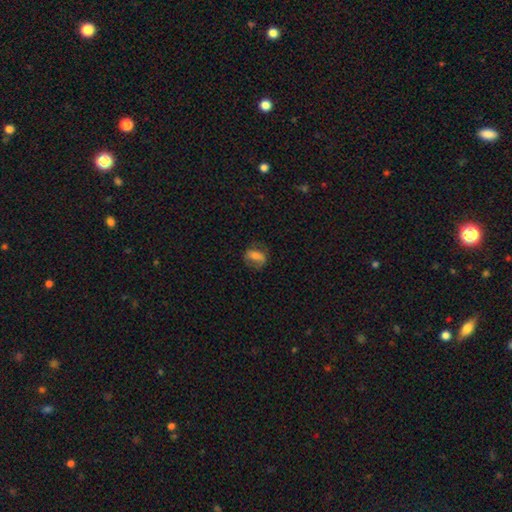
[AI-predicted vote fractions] A smooth galaxy with no disk features (66%) that is in between round and cigar-shaped (74%).

Vote fractions:
- Smooth or featured? smooth: 66% / featured or disk: 24% / star or artifact: 10%
- How rounded? in between: 74% / round: 21% / cigar-shaped: 6%
- Merging? none: 61% / minor disturbance: 23% / major disturbance: 14% / merger: 1%